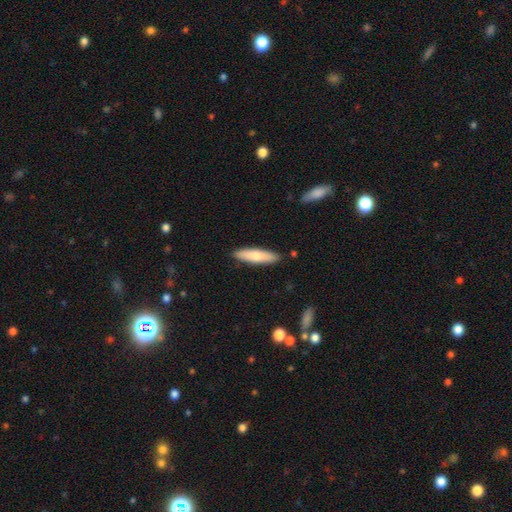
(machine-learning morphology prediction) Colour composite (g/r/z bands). It shows a smooth galaxy with no disk features (73%) that is cigar-shaped (71%). Merging: none (88%).